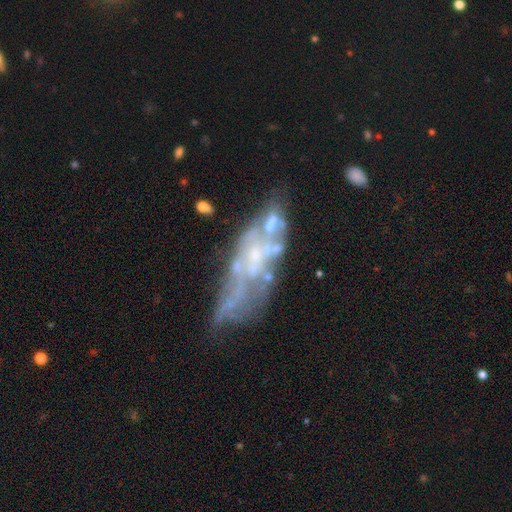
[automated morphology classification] featured or disk 70%, smooth 17%, star or artifact 13%. Down the decision tree: edge-on disk — no (88%); bar — no (87%); spiral arms — no (82%); bulge size — none (58%); merging — none (44%).